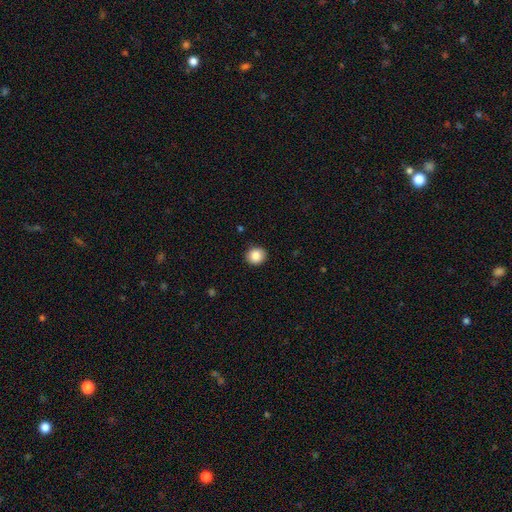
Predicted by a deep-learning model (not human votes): This appears to be a smooth galaxy with no disk features (87%) that is round (87%). Merging: none (91%).